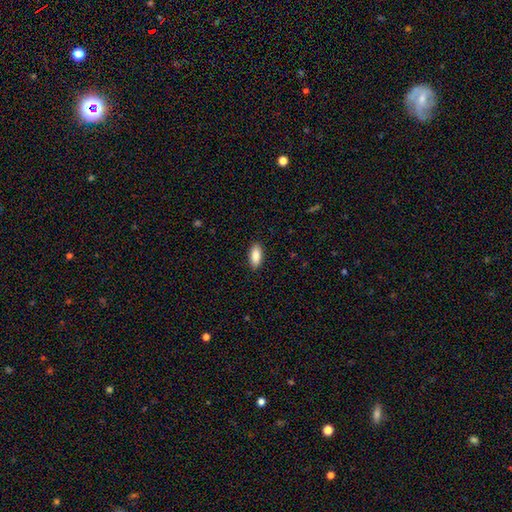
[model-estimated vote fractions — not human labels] Q: Smooth or featured?
A: smooth (87%); runner-up: featured or disk (6%)
Q: How rounded?
A: in between (85%); runner-up: cigar-shaped (13%)
Q: Merging?
A: none (89%); runner-up: minor disturbance (8%)